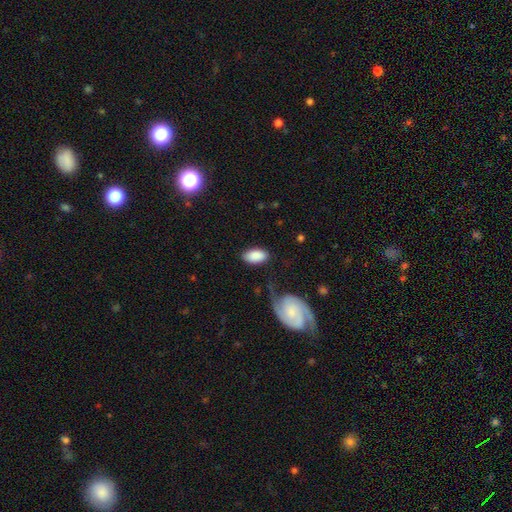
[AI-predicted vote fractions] Smooth or featured? Predicted: smooth (p=0.87). How rounded? Predicted: in between (p=0.94). Merging? Predicted: none (p=0.75).